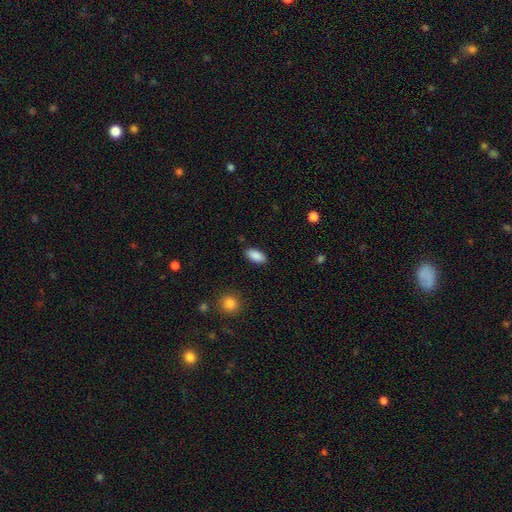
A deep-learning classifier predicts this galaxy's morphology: A smooth galaxy with no disk features (89%) that is in between round and cigar-shaped (90%).

Vote fractions:
- Smooth or featured? smooth: 89% / star or artifact: 7% / featured or disk: 4%
- How rounded? in between: 90% / cigar-shaped: 8% / round: 2%
- Merging? none: 89% / minor disturbance: 8% / major disturbance: 2% / merger: 1%